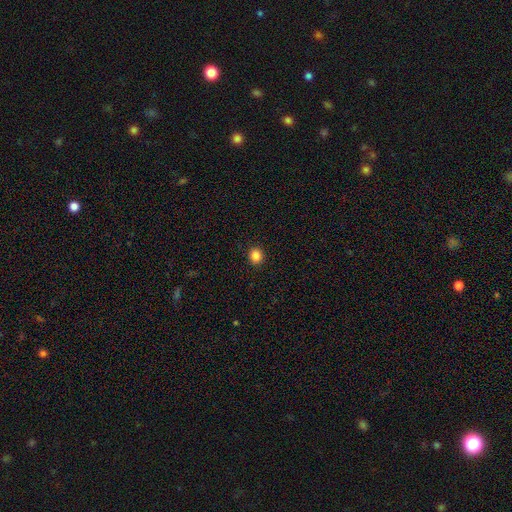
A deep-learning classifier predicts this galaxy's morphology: smooth-or-featured: smooth: 85% | star or artifact: 11% | featured or disk: 4%
  how-rounded: round: 83% | in between: 16% | cigar-shaped: 1%
  merging: none: 92% | minor disturbance: 5% | major disturbance: 2% | merger: 1%